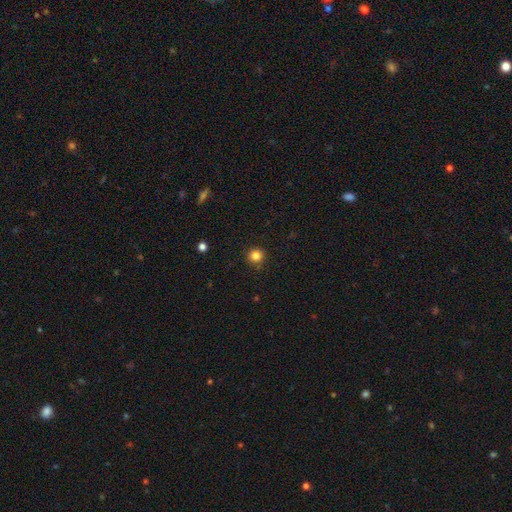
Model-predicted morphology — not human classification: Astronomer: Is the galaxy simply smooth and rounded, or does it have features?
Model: smooth — 84%.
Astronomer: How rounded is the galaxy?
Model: round — 94%.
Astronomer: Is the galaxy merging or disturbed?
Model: none — 90%.